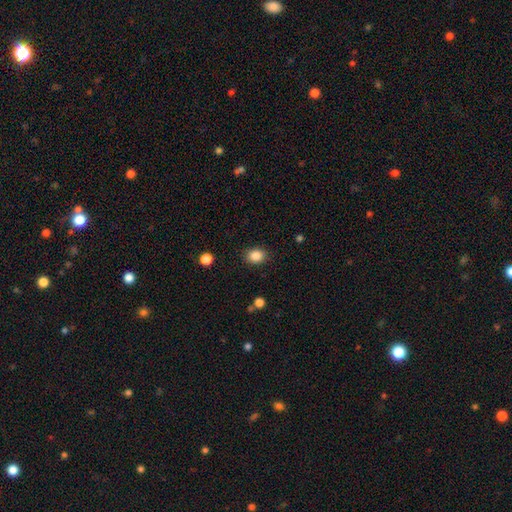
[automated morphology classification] Smooth or featured? Predicted: smooth (p=0.86). How rounded? Predicted: in between (p=0.56). Merging? Predicted: none (p=0.87).